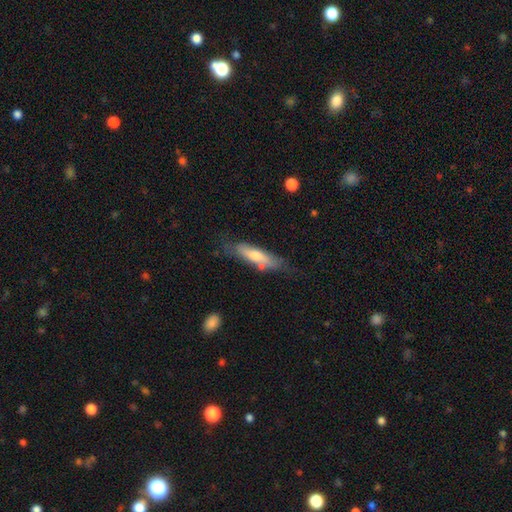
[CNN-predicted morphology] Smooth or featured? smooth (59%)
How rounded? cigar-shaped (69%)
Merging? none (62%)